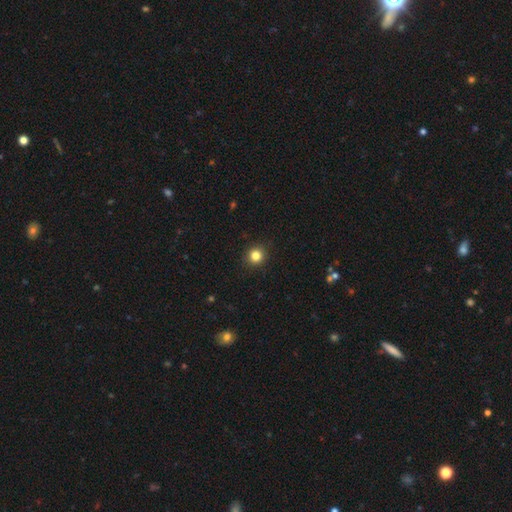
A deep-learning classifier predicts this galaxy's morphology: Q: Smooth or featured?
A: smooth (83%); runner-up: star or artifact (12%)
Q: How rounded?
A: round (92%); runner-up: in between (7%)
Q: Merging?
A: none (92%); runner-up: minor disturbance (5%)